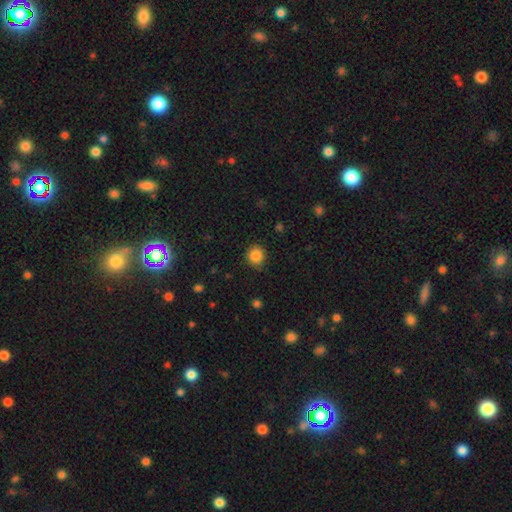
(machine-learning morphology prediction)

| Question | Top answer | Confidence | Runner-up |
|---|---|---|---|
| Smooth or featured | smooth | 86% | star or artifact (10%) |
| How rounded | round | 89% | in between (10%) |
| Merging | none | 86% | minor disturbance (10%) |